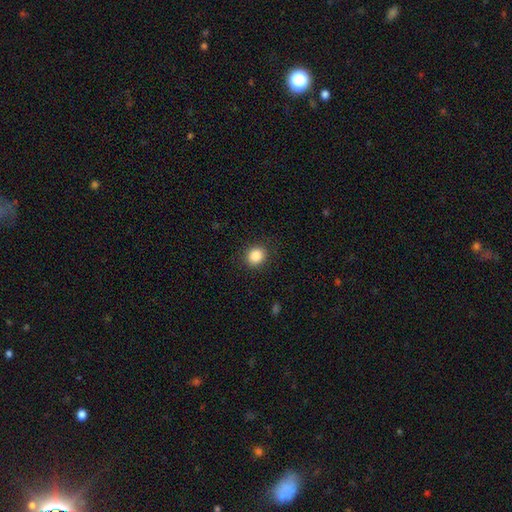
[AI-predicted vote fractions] This appears to be a smooth galaxy with no disk features (86%) that is round (78%). Merging: none (89%).